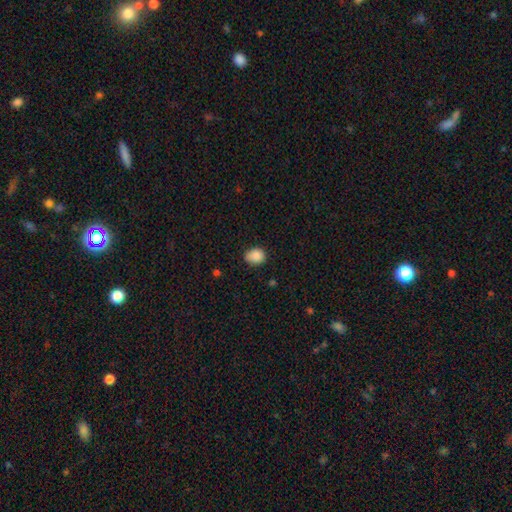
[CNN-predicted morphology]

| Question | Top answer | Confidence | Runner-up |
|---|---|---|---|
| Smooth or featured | smooth | 88% | star or artifact (9%) |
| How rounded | in between | 55% | round (44%) |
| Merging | none | 72% | minor disturbance (23%) |